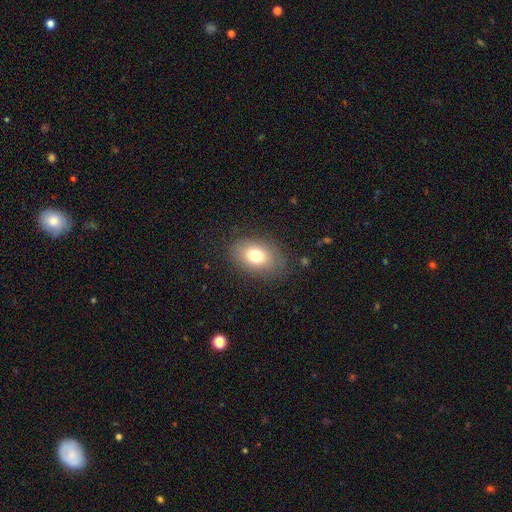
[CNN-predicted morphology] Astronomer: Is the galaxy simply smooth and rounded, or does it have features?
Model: smooth — 74%.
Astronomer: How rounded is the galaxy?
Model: in between — 84%.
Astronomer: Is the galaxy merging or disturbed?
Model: none — 79%.